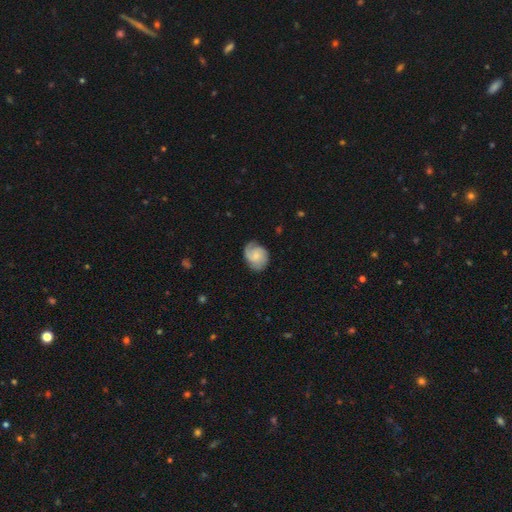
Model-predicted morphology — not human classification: Smooth or featured?
  - featured or disk: 61% *
  - smooth: 33%
  - star or artifact: 7%
Edge-on disk?
  - no: 97% *
  - yes: 3%
Bar?
  - no: 65% *
  - weak: 31%
  - strong: 4%
Spiral arms?
  - yes: 93% *
  - no: 7%
Spiral winding?
  - medium: 42% *
  - tight: 40%
  - loose: 18%
Spiral arm count?
  - 2: 56% *
  - 1: 19%
  - can't tell: 13%
  - 3: 8%
  - 4: 2%
  - more than 4: 2%
Bulge size?
  - small: 55% *
  - moderate: 30%
  - none: 11%
  - large: 2%
  - dominant: 1%
Merging?
  - none: 68% *
  - minor disturbance: 23%
  - major disturbance: 8%
  - merger: 1%